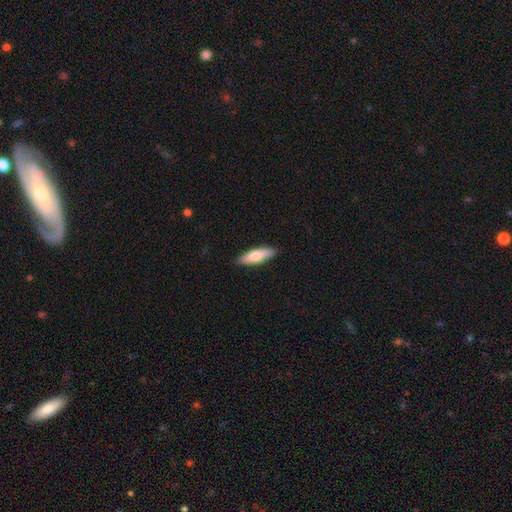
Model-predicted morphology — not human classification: smooth 70%, featured or disk 24%, star or artifact 5%. Down the decision tree: how rounded — cigar-shaped (51%); merging — none (87%).